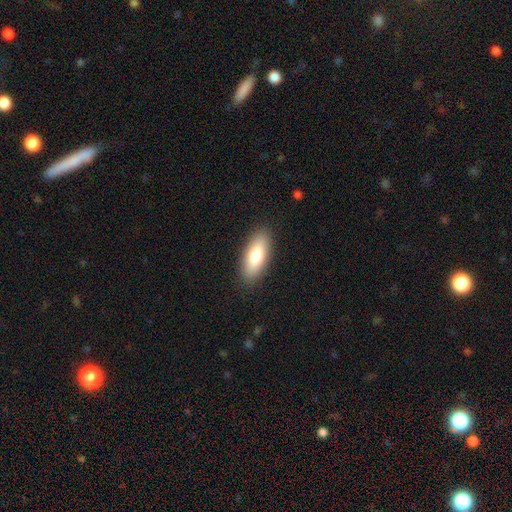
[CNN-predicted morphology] This appears to be a smooth galaxy with no disk features (80%) that is in between round and cigar-shaped (76%). Merging: none (89%).